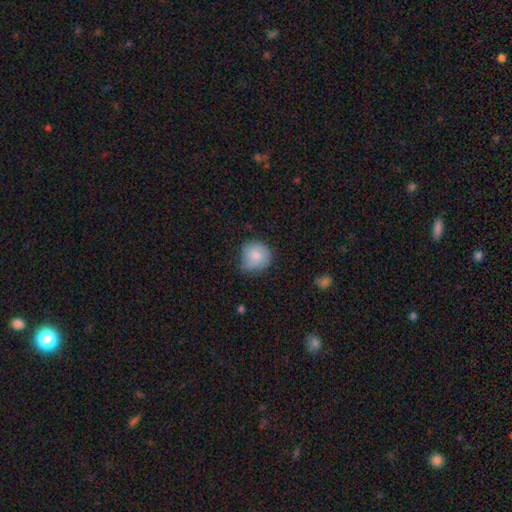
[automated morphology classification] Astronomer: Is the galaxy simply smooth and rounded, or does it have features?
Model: smooth — 78%.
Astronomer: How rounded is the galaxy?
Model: round — 86%.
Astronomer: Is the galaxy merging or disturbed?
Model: none — 54% (runner-up: minor disturbance, 36%).